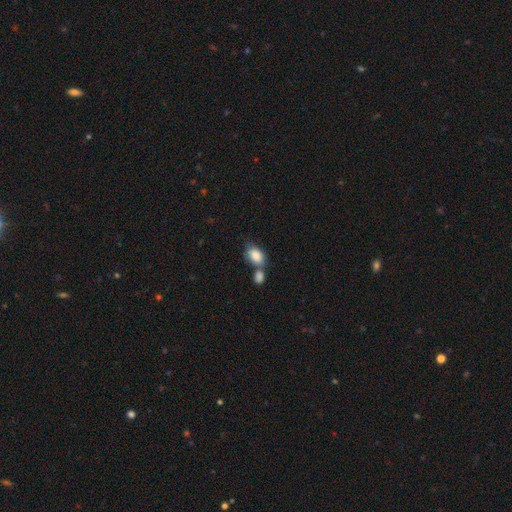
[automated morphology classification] Smooth or featured? smooth (85%)
How rounded? in between (85%)
Merging? merger (50%)